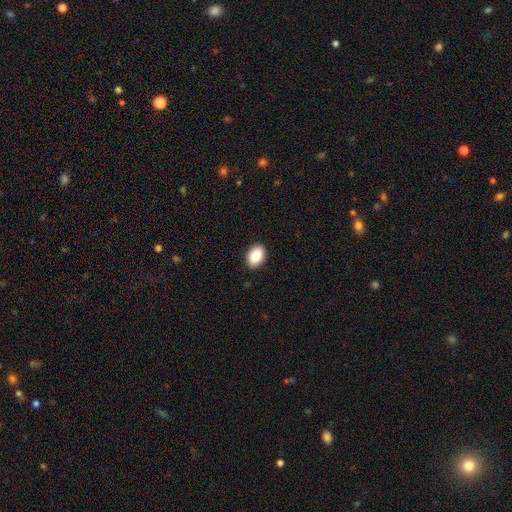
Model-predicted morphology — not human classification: smooth-or-featured: smooth: 86% | star or artifact: 7% | featured or disk: 7%
  how-rounded: in between: 85% | round: 14% | cigar-shaped: 1%
  merging: none: 90% | minor disturbance: 7% | major disturbance: 2% | merger: 1%